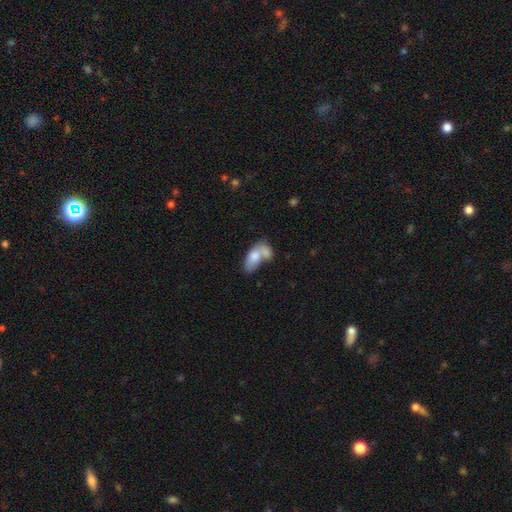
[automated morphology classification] Q: Smooth or featured?
A: smooth (72%); runner-up: featured or disk (21%)
Q: How rounded?
A: in between (88%); runner-up: round (6%)
Q: Merging?
A: merger (59%); runner-up: none (20%)